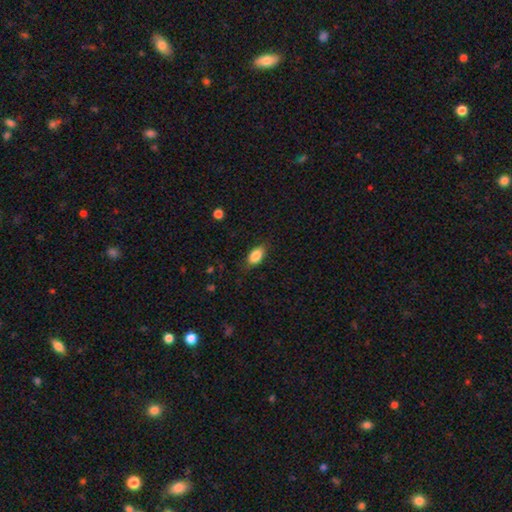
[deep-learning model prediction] Morphology: type=smooth (86%); roundness=in between (90%); merging=none (81%).